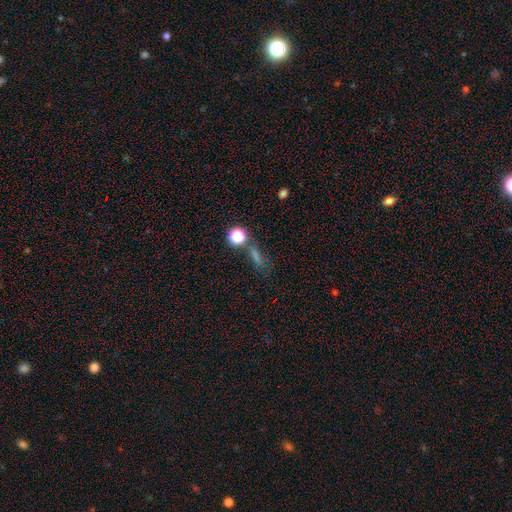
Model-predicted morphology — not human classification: Smooth or featured? Predicted: smooth (p=0.47). Merging? Predicted: none (p=0.56).